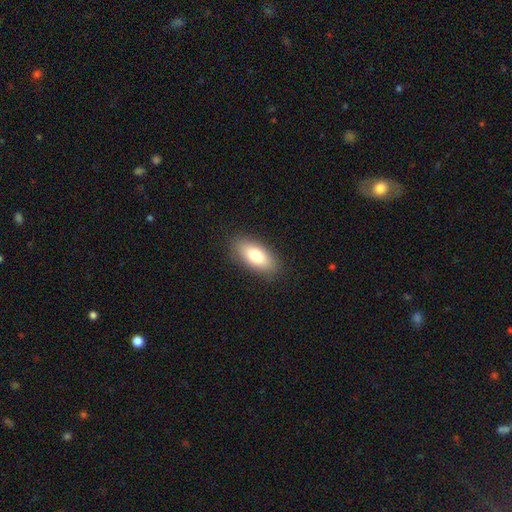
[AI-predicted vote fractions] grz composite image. It shows a smooth galaxy with no disk features (78%) that is in between round and cigar-shaped (87%). Merging: none (87%).